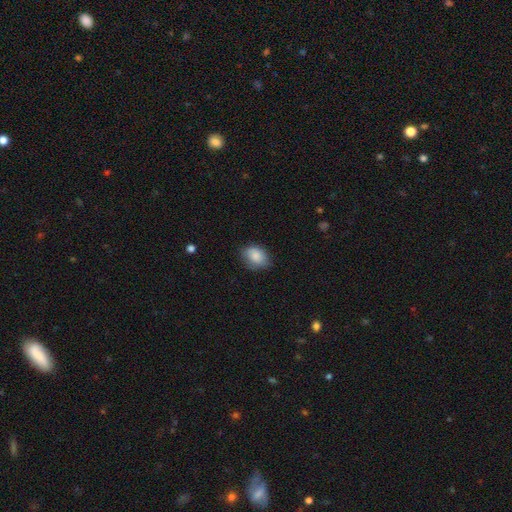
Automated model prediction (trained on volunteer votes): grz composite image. It shows a smooth galaxy with no disk features (86%) that is in between round and cigar-shaped (71%). Merging: none (73%).